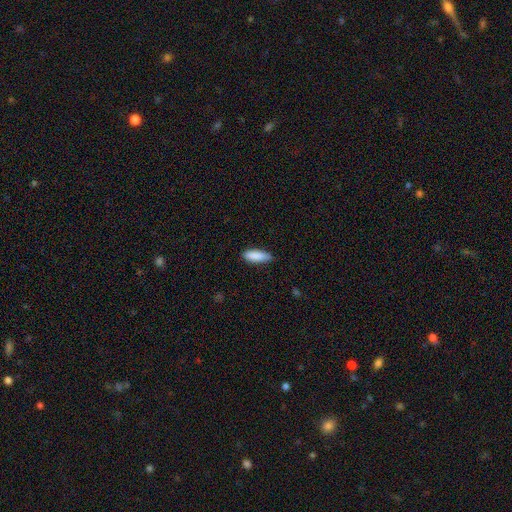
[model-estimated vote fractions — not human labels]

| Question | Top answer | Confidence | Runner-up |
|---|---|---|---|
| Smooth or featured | smooth | 89% | star or artifact (6%) |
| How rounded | in between | 59% | cigar-shaped (40%) |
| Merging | none | 82% | minor disturbance (15%) |